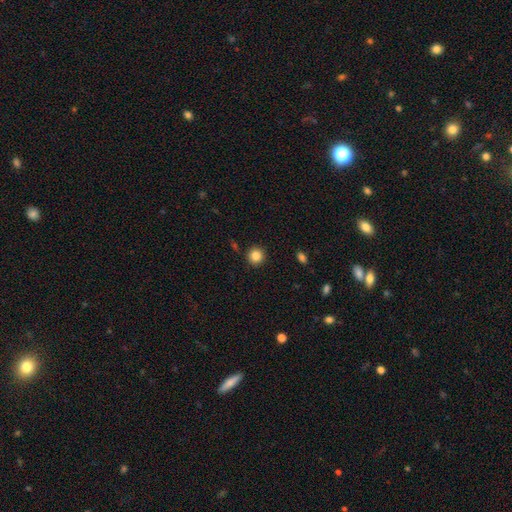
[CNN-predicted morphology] A smooth galaxy with no disk features (85%) that is round (93%).

Vote fractions:
- Smooth or featured? smooth: 85% / star or artifact: 10% / featured or disk: 4%
- How rounded? round: 93% / in between: 6% / cigar-shaped: 1%
- Merging? none: 91% / minor disturbance: 6% / major disturbance: 2% / merger: 2%